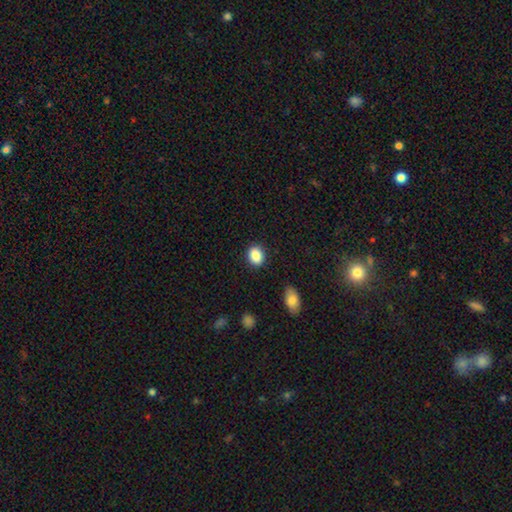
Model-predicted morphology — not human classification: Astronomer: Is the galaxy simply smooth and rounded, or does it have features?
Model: smooth — 87%.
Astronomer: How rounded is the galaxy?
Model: in between — 52% (runner-up: round, 46%).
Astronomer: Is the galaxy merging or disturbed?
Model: none — 88%.